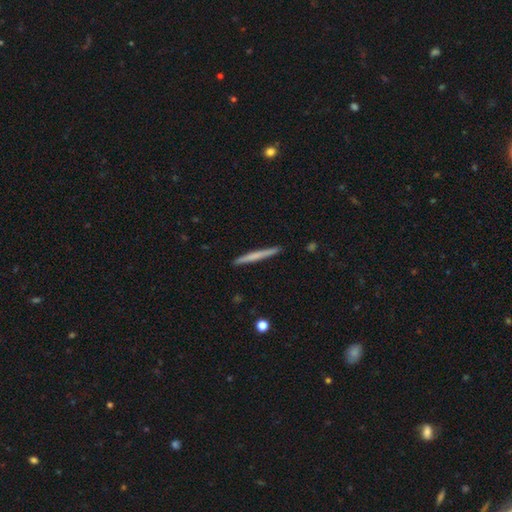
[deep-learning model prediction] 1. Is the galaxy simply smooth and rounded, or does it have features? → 56% smooth, 39% featured or disk, 5% star or artifact.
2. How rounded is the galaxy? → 97% cigar-shaped, 2% in between, 1% round.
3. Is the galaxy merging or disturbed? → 92% none, 6% minor disturbance, 1% major disturbance, 1% merger.